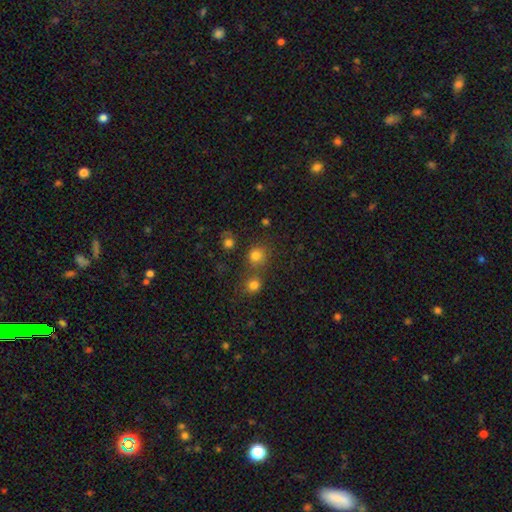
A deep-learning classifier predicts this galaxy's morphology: A smooth galaxy with no disk features (77%) that is round (88%). Merging: none (66%).